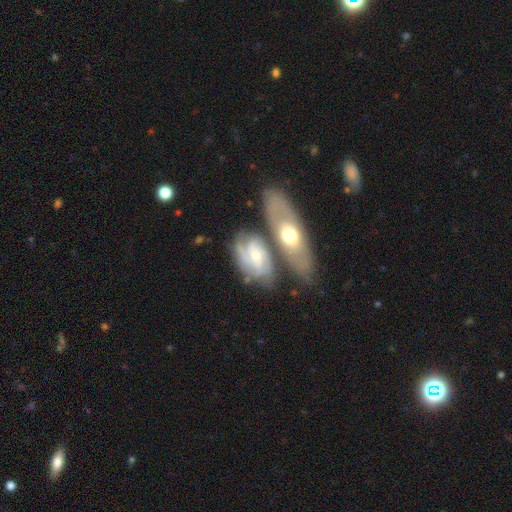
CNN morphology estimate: This appears to be a featured or disk galaxy (75%) with no bar (61%), tight (53%) spiral arms (88%) and a moderate central bulge (49%). Merging: none (50%).